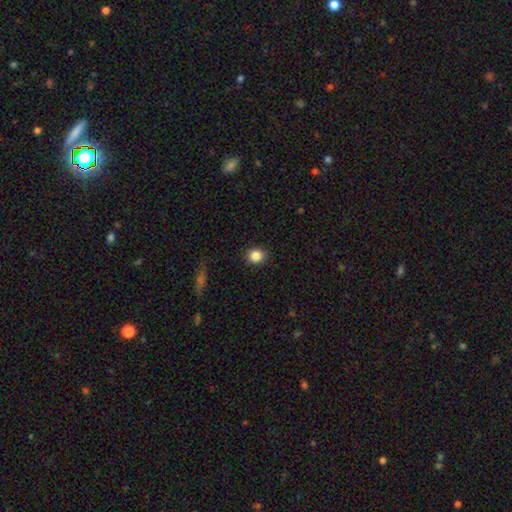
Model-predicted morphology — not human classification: This is clearly a smooth galaxy (86%). How rounded: clearly round (82%). Merging: clearly none (91%).